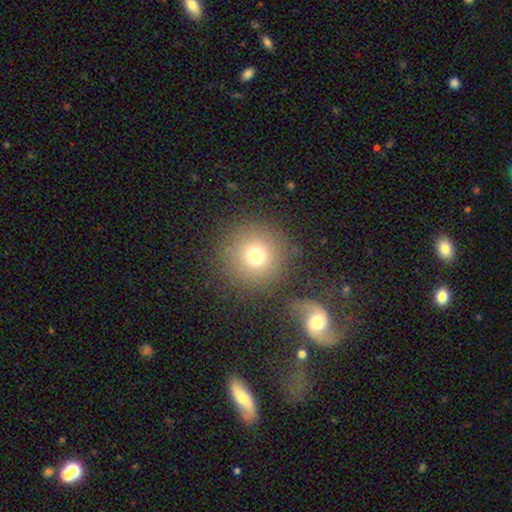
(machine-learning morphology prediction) Overall: smooth (71%). How rounded: round (94%). Merging: none (83%).